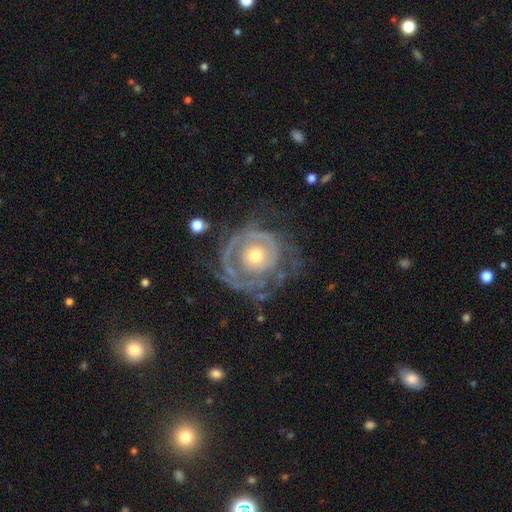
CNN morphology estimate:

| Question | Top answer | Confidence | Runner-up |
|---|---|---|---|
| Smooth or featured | featured or disk | 76% | smooth (18%) |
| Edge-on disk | no | 97% | yes (3%) |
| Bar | no | 85% | weak (12%) |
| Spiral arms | yes | 69% | no (31%) |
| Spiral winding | tight | 65% | medium (22%) |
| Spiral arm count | can't tell | 43% | 1 (19%) |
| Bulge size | moderate | 58% | small (35%) |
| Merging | none | 49% | major disturbance (27%) |